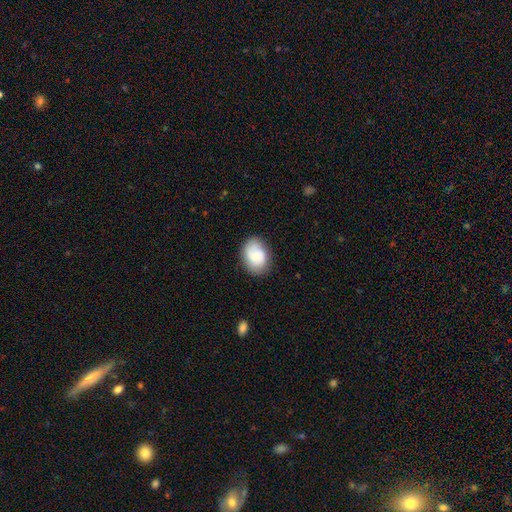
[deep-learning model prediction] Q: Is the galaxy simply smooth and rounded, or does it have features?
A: smooth — 71%.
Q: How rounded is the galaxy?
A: in between — 71%.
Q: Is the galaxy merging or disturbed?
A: none — 77%.